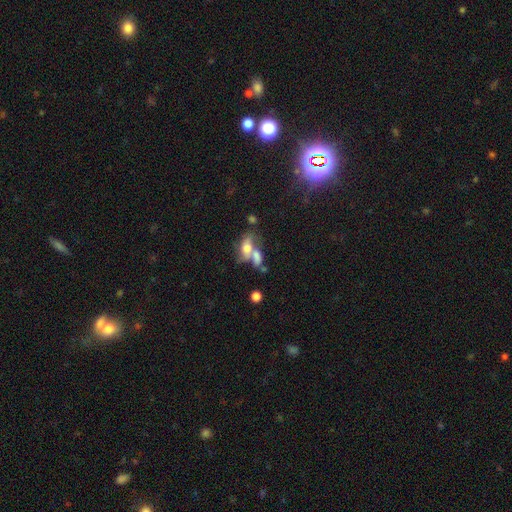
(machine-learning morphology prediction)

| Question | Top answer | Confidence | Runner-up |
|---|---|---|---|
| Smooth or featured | smooth | 54% | featured or disk (33%) |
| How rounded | in between | 73% | cigar-shaped (16%) |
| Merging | merger | 56% | none (25%) |